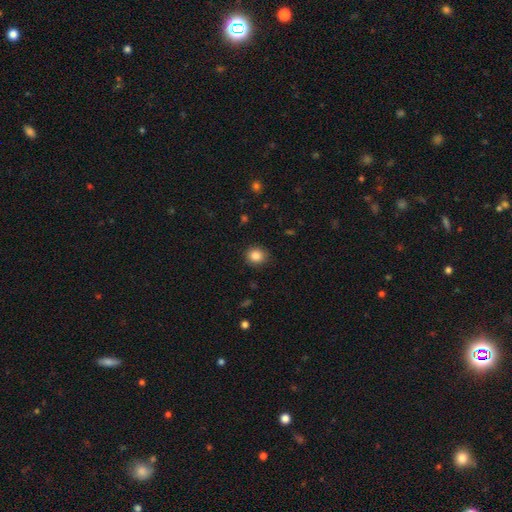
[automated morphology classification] A smooth galaxy with no disk features (86%) that is round (78%). Merging: none (87%).